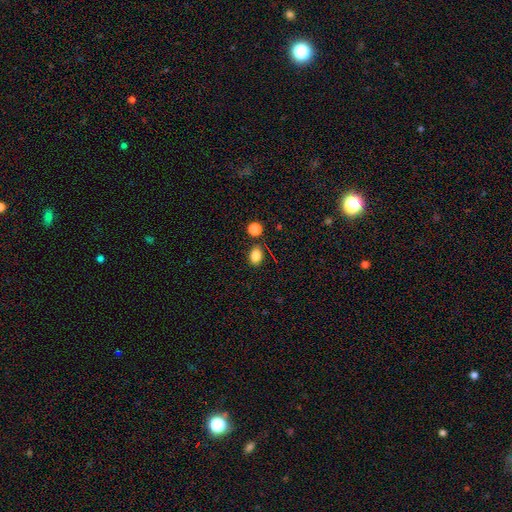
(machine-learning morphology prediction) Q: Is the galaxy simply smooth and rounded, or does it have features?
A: smooth — 84%.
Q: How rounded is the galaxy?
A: in between — 70%.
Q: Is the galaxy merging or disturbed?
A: none — 80%.